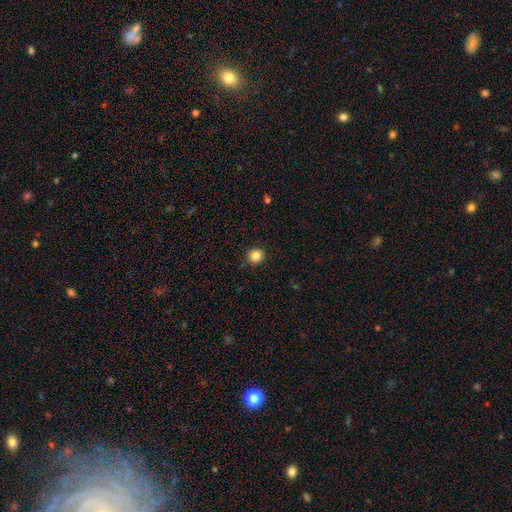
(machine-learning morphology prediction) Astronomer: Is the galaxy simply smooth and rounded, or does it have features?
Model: smooth — 84%.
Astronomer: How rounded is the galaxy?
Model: round — 94%.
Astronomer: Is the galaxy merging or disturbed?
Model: none — 92%.